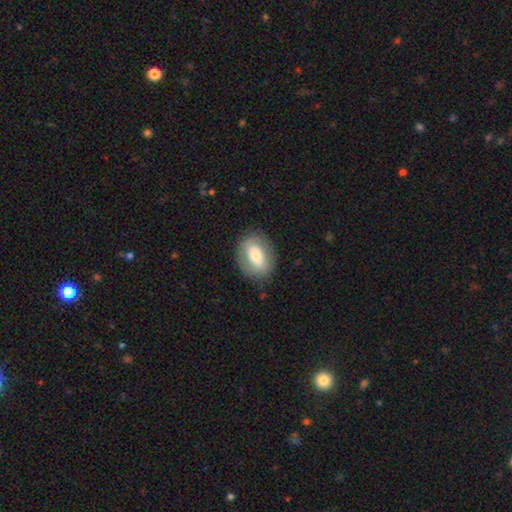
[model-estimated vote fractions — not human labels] smooth_or_featured: smooth (p=0.57) [alt: featured or disk p=0.36]
how_rounded: in between (p=0.65) [alt: round p=0.33]
merging: none (p=0.80) [alt: minor disturbance p=0.14]